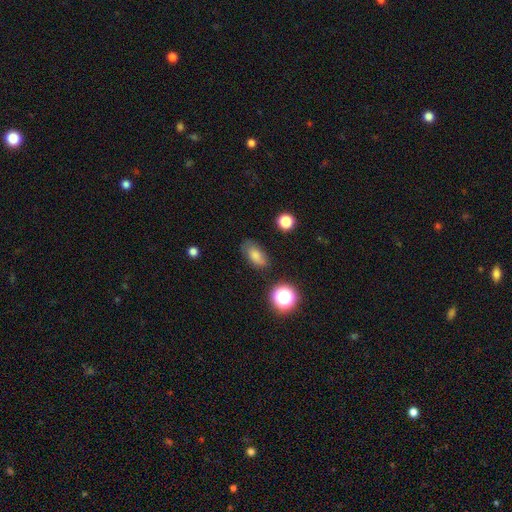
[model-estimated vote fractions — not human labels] The model was most divided on "merging": none: 76%, minor disturbance: 18%, major disturbance: 5%, merger: 2%. More confident: how rounded — in between (87%); smooth or featured — smooth (77%).